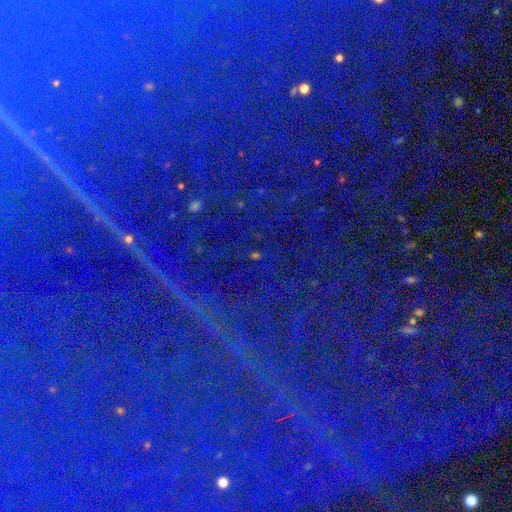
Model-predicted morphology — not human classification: Overall: star or artifact (82%).